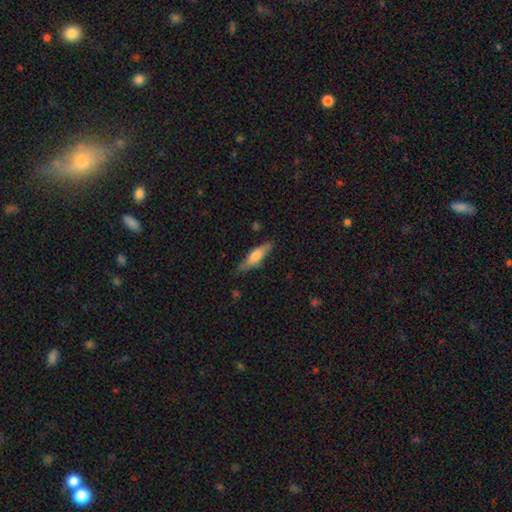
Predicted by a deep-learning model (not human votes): Morphology: type=smooth (58%); roundness=cigar-shaped (65%); merging=none (78%).